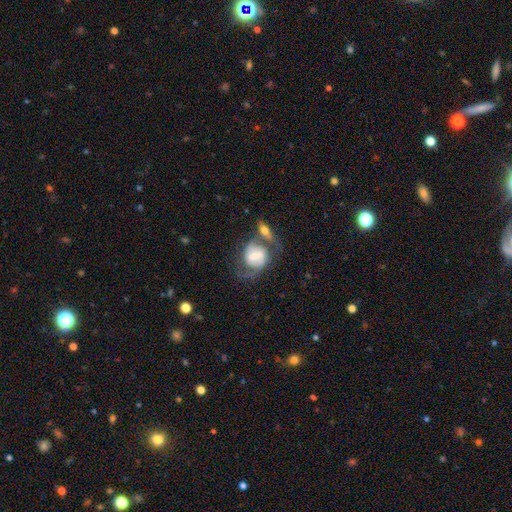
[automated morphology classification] smooth-or-featured: featured or disk: 60% | smooth: 33% | star or artifact: 7%
  disk-edge-on: no: 95% | yes: 5%
    bar: weak: 45% | no: 29% | strong: 26%
    has-spiral-arms: yes: 81% | no: 19%
    bulge-size: small: 40% | moderate: 31% | none: 13% | large: 13% | dominant: 3%
  merging: none: 33% (tied) | merger: 33% (tied) | major disturbance: 18% | minor disturbance: 16%